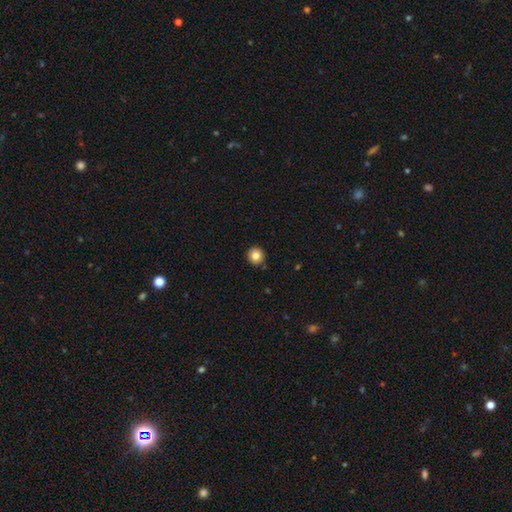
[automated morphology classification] smooth_or_featured: smooth (p=0.82) [alt: star or artifact p=0.10]
how_rounded: round (p=0.94) [alt: in between p=0.06]
merging: none (p=0.90) [alt: minor disturbance p=0.07]